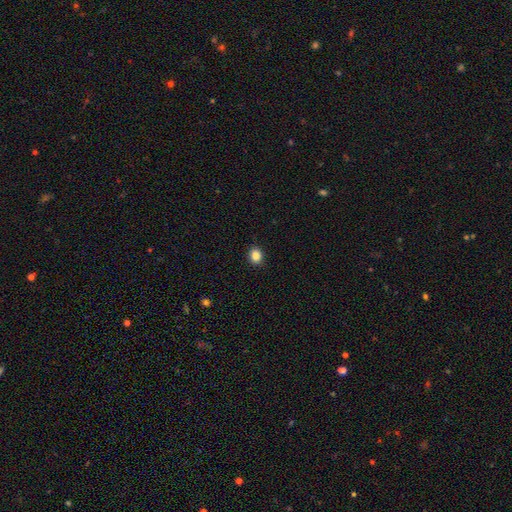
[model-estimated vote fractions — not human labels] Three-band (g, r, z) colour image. It shows a smooth galaxy with no disk features (86%) that is round (62%). Merging: none (91%).